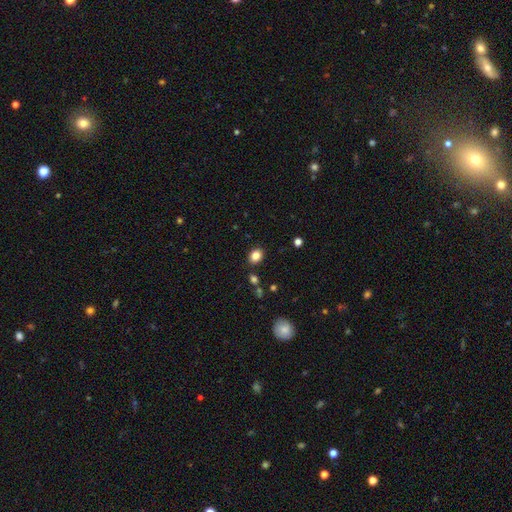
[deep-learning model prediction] A smooth galaxy with no disk features (83%) that is in between round and cigar-shaped (55%). Merging: none (86%).